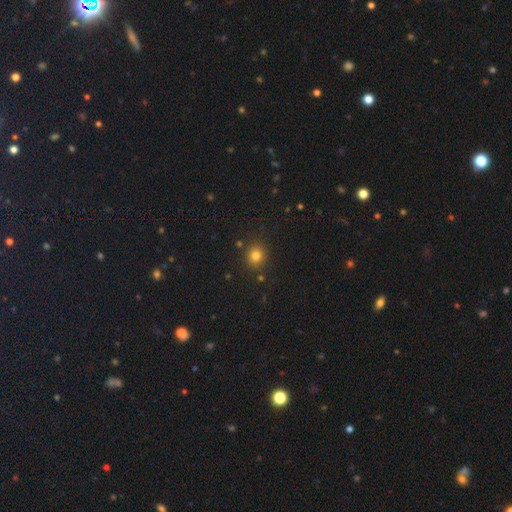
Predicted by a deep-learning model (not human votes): This appears to be a smooth galaxy with no disk features (79%) that is round (86%). Merging: none (87%).